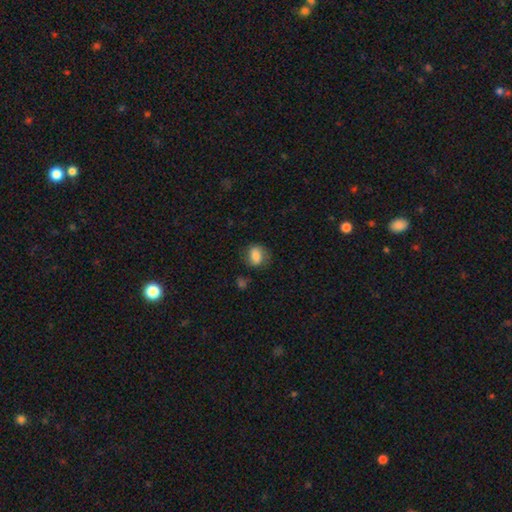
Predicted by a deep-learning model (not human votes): Morphology: type=smooth (79%); roundness=in between (64%); merging=none (69%).